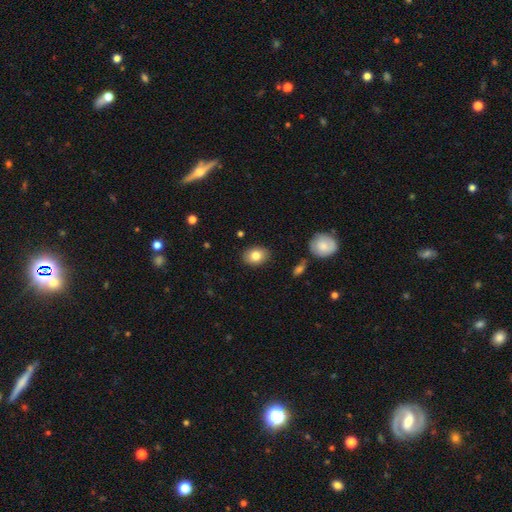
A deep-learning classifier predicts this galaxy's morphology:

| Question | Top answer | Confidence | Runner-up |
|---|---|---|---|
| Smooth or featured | smooth | 81% | featured or disk (11%) |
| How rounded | in between | 73% | round (26%) |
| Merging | none | 88% | minor disturbance (9%) |